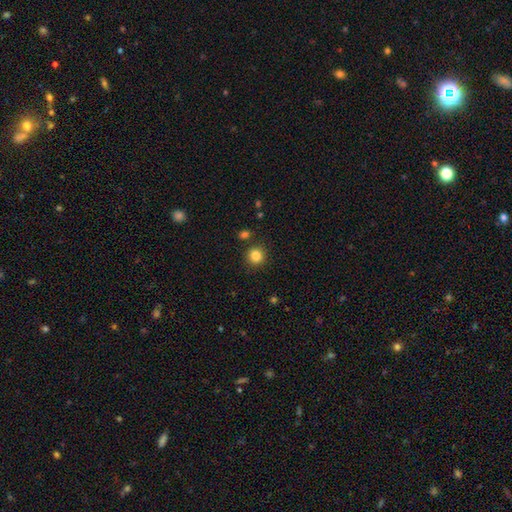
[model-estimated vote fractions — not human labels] Smooth or featured: smooth — 84% (star or artifact — 11%)
How rounded: round — 92% (in between — 7%)
Merging: none — 87% (minor disturbance — 7%)